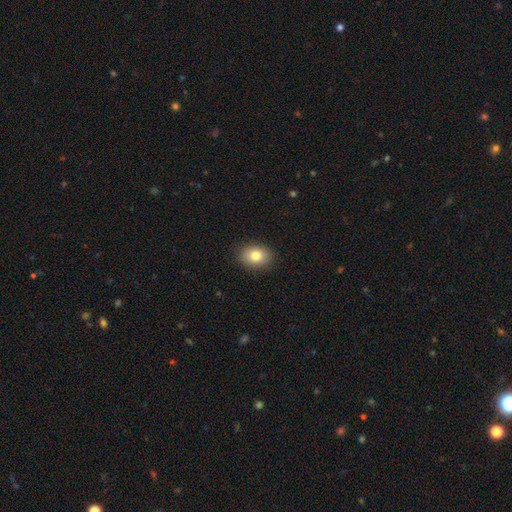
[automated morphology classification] A smooth galaxy with no disk features (80%) that is in between round and cigar-shaped (65%). Merging: none (89%).